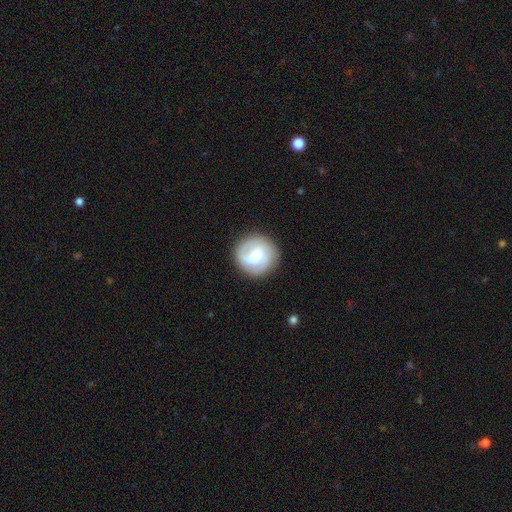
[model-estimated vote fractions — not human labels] The model was most divided on "spiral winding": medium: 42%, tight: 38%, loose: 21%. Remaining: edge-on disk — no (98%); spiral arms — yes (88%); merging — none (84%); smooth or featured — featured or disk (61%); bulge size — moderate (53%); bar — weak (49%); spiral arm count — 2 (41%).